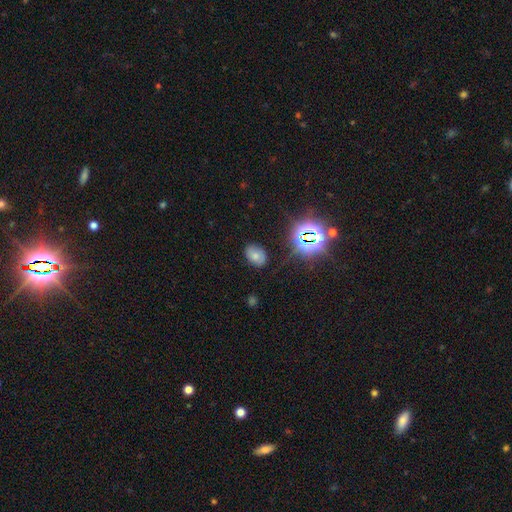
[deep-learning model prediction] A smooth galaxy with no disk features (64%) that is in between round and cigar-shaped (81%). Merging: none (78%).